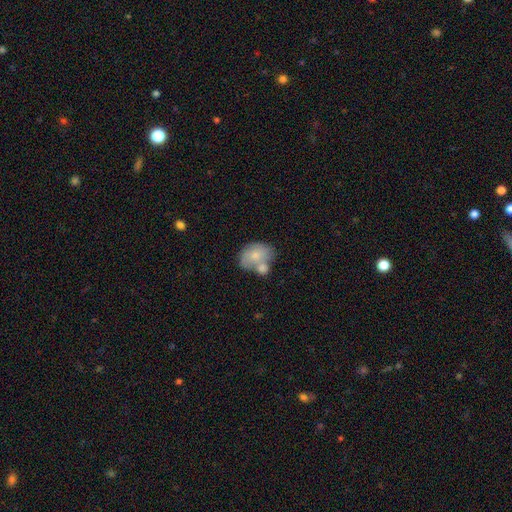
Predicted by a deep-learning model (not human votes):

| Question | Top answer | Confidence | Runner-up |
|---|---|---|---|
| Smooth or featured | smooth | 69% | featured or disk (24%) |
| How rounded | in between | 62% | round (37%) |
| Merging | merger | 47% | none (31%) |